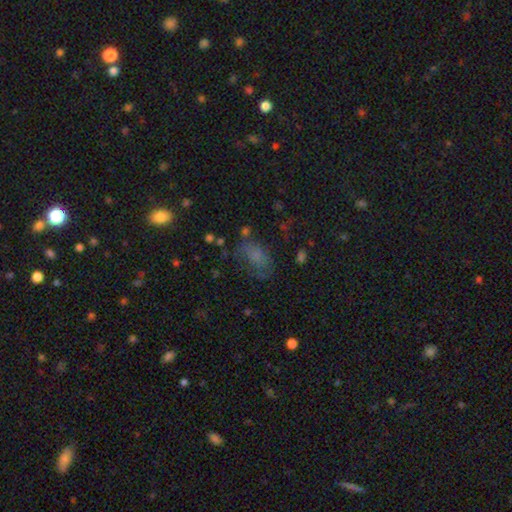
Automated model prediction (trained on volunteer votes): smooth_or_featured: smooth (p=0.63) [alt: star or artifact p=0.20]
how_rounded: in between (p=0.84) [alt: round p=0.12]
merging: none (p=0.50) [alt: minor disturbance p=0.25]